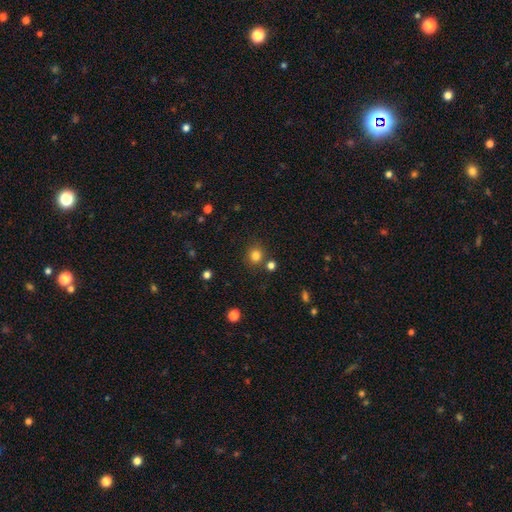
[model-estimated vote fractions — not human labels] Q: Smooth or featured?
A: smooth (81%); runner-up: star or artifact (14%)
Q: How rounded?
A: round (89%); runner-up: in between (10%)
Q: Merging?
A: none (81%); runner-up: merger (8%)